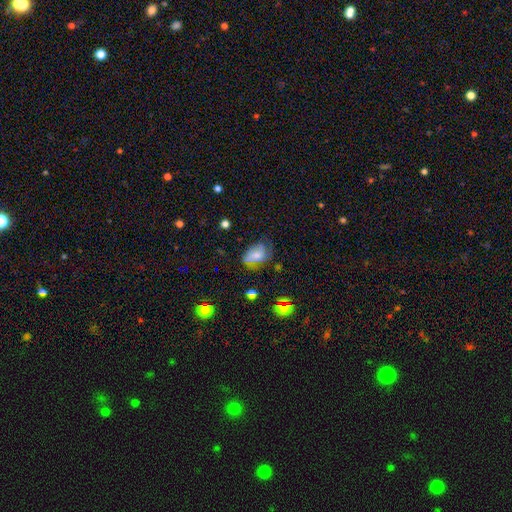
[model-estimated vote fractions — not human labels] Smooth or featured? Predicted: smooth (p=0.51). How rounded? Predicted: in between (p=0.80). Merging? Predicted: none (p=0.49).